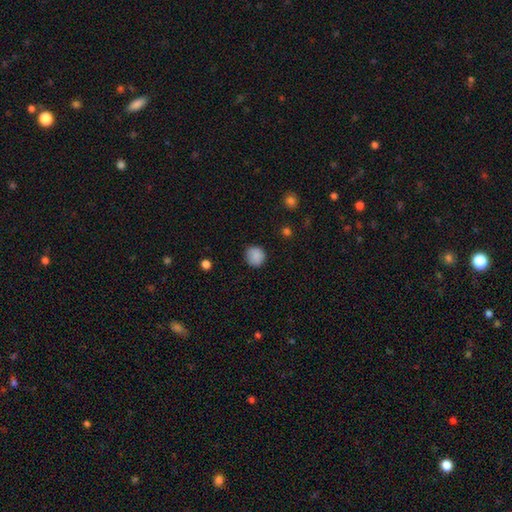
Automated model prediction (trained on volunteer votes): A smooth galaxy with no disk features (87%) that is round (92%).

Vote fractions:
- Smooth or featured? smooth: 87% / star or artifact: 9% / featured or disk: 4%
- How rounded? round: 92% / in between: 7% / cigar-shaped: 1%
- Merging? none: 87% / minor disturbance: 9% / major disturbance: 2% / merger: 1%